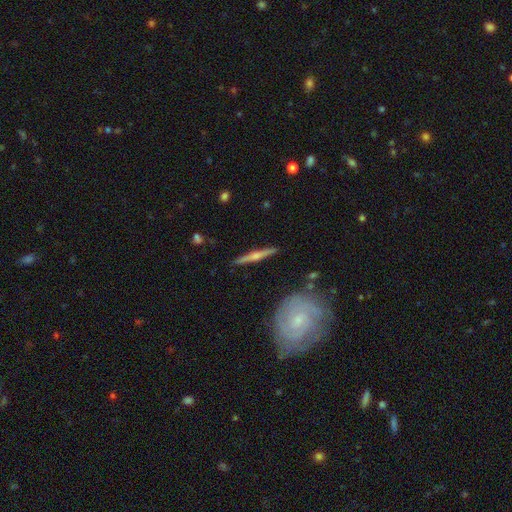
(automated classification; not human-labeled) A featured or disk galaxy (67%) viewed edge-on (97%) with a rounded central bulge (83%). Merging: none (89%).